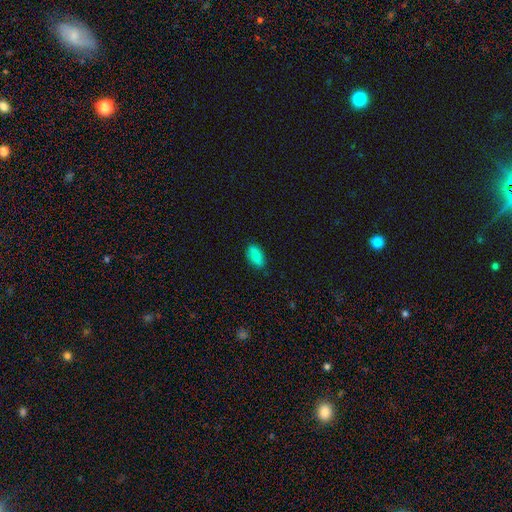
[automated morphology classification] This is clearly a smooth galaxy (87%). How rounded: clearly in between (89%). Merging: clearly none (81%).